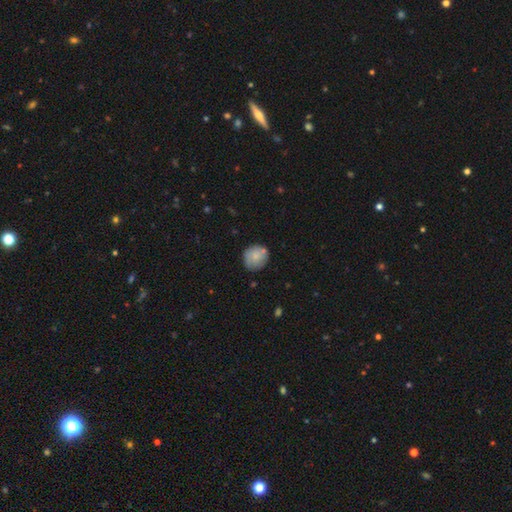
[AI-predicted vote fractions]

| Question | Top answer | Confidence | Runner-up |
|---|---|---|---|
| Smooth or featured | smooth | 77% | featured or disk (16%) |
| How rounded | round | 86% | in between (13%) |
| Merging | none | 72% | minor disturbance (17%) |